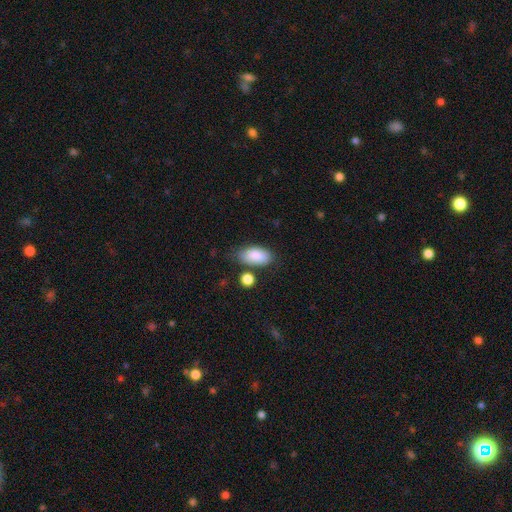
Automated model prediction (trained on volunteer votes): smooth 86%, featured or disk 7%, star or artifact 7%. Down the decision tree: how rounded — in between (93%); merging — none (67%).